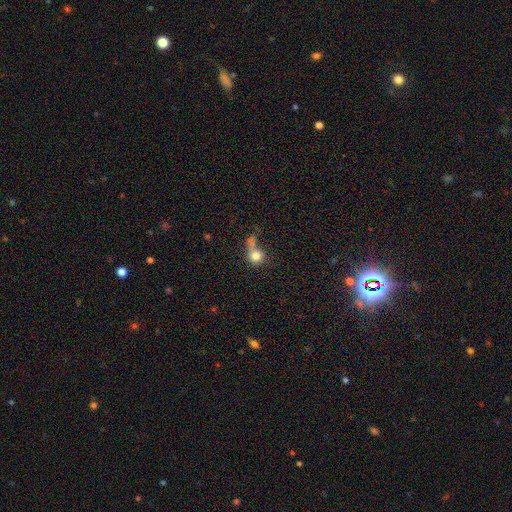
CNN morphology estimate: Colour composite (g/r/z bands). It shows a smooth galaxy with no disk features (76%) that is round (81%). Merging: none (32%).